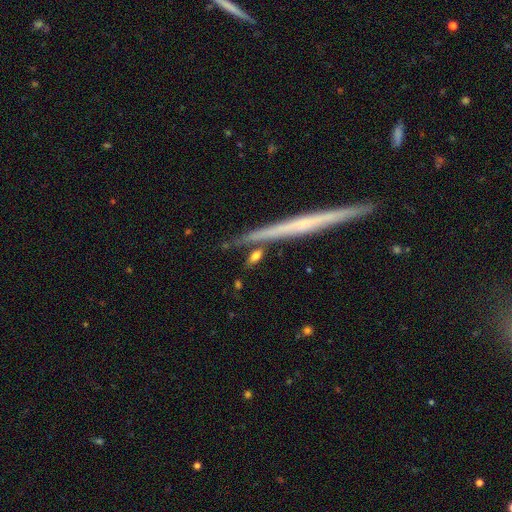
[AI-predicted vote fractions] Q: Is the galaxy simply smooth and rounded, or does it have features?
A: smooth — 71%.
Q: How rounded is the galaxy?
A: in between — 46%.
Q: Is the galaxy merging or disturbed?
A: none — 72%.